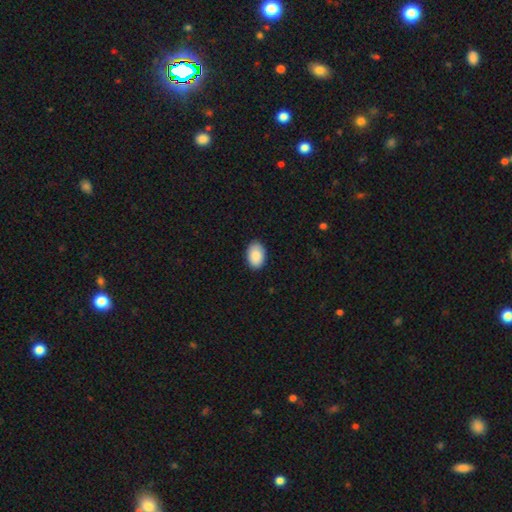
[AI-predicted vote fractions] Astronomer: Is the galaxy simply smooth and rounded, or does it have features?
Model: smooth — 89%.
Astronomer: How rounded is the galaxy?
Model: in between — 88%.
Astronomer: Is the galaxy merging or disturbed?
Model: none — 89%.